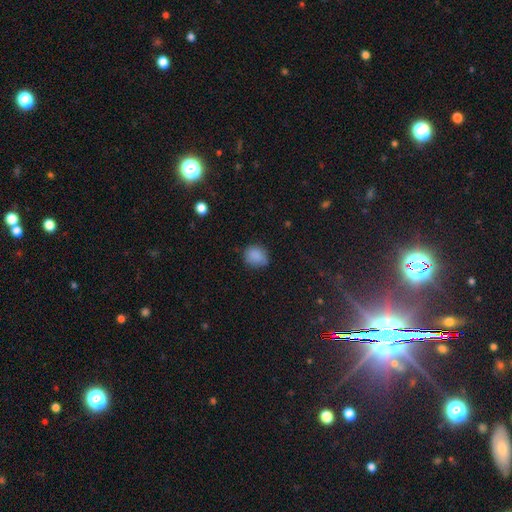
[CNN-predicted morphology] smooth-or-featured: smooth: 86% | star or artifact: 9% | featured or disk: 5%
  how-rounded: round: 67% | in between: 32% | cigar-shaped: 1%
  merging: none: 72% | minor disturbance: 22% | major disturbance: 4% | merger: 1%